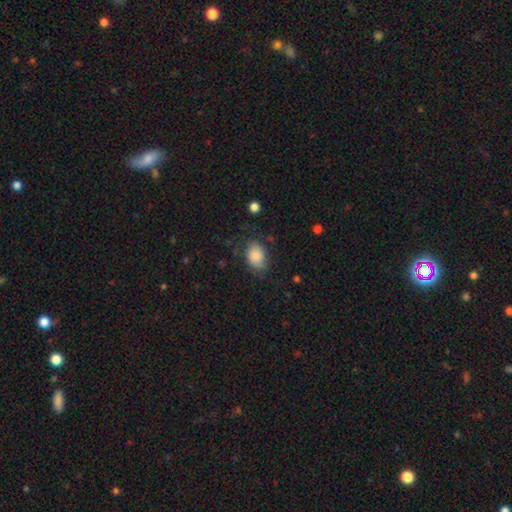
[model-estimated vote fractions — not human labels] Smooth or featured?
  - smooth: 84% *
  - featured or disk: 9%
  - star or artifact: 7%
How rounded?
  - in between: 79% *
  - round: 20%
  - cigar-shaped: 1%
Merging?
  - none: 67% *
  - minor disturbance: 22%
  - major disturbance: 9%
  - merger: 2%